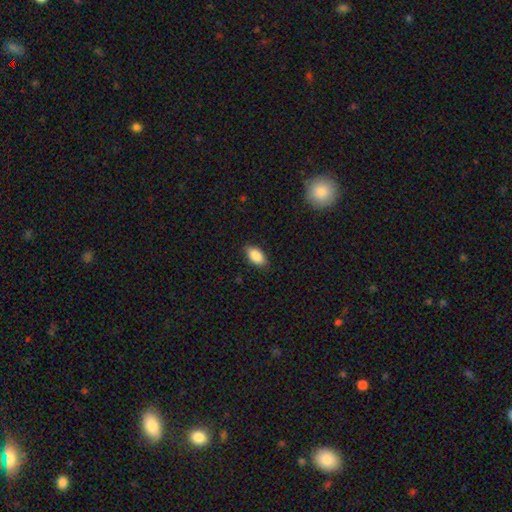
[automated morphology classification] smooth_or_featured: smooth (p=0.88) [alt: star or artifact p=0.07]
how_rounded: in between (p=0.92) [alt: cigar-shaped p=0.05]
merging: none (p=0.87) [alt: minor disturbance p=0.10]